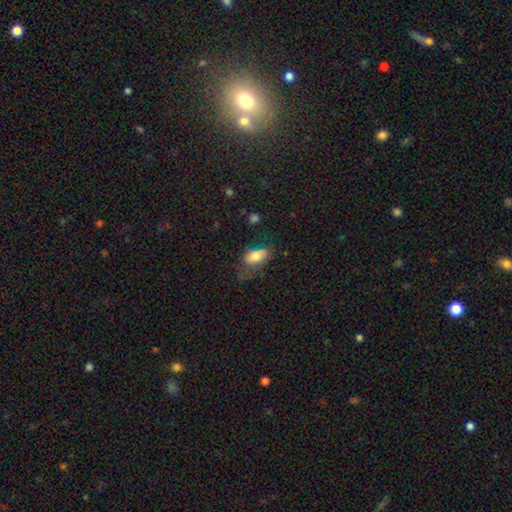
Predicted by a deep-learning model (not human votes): Smooth or featured? smooth (77%)
How rounded? in between (89%)
Merging? none (35%)